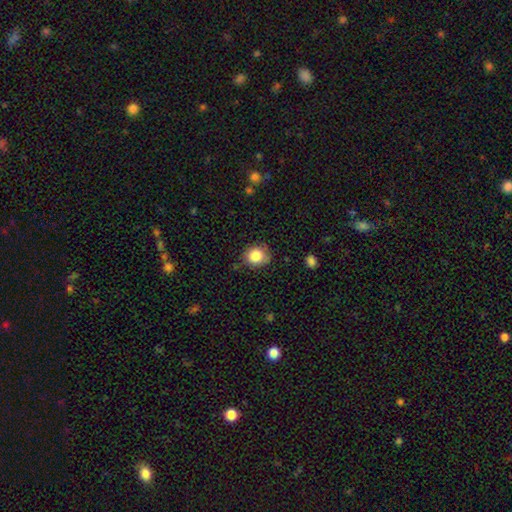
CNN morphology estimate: Smooth or featured?
  - smooth: 84% *
  - star or artifact: 9%
  - featured or disk: 6%
How rounded?
  - round: 77% *
  - in between: 22%
  - cigar-shaped: 1%
Merging?
  - none: 72% *
  - minor disturbance: 21%
  - major disturbance: 5%
  - merger: 2%